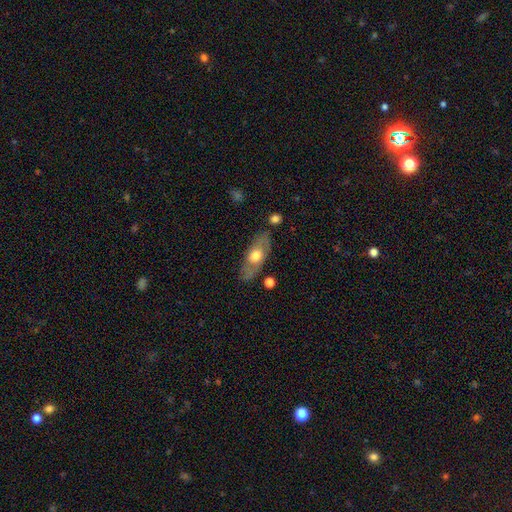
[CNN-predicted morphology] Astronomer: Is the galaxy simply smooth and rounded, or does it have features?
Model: smooth — 49% (runner-up: featured or disk, 45%).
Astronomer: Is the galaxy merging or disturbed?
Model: none — 75%.